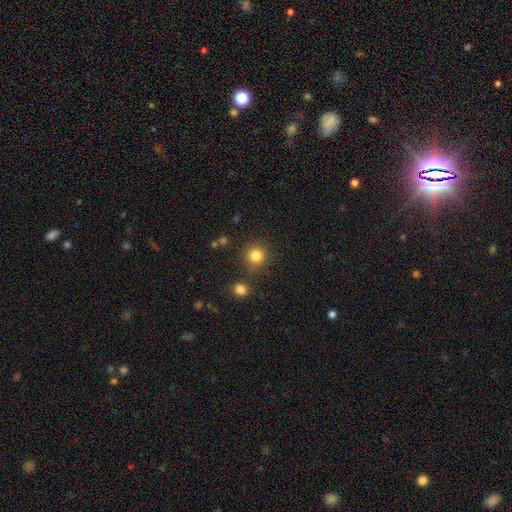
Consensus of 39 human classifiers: Smooth or featured? 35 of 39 (90%) said smooth. How rounded? 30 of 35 (86%) said round. Merging? 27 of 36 (75%) said none.